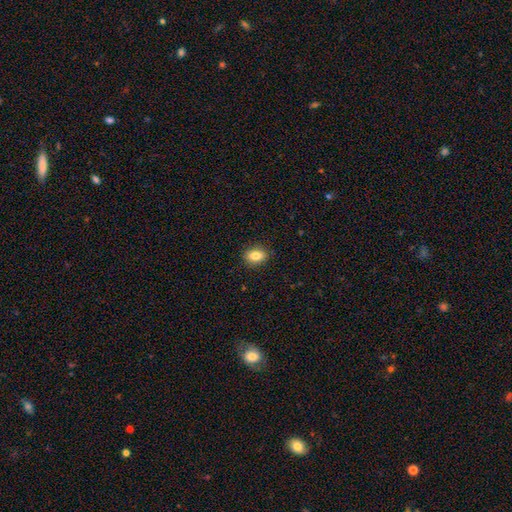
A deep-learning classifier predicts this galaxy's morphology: Smooth or featured? Predicted: smooth (p=0.80). How rounded? Predicted: in between (p=0.76). Merging? Predicted: none (p=0.88).